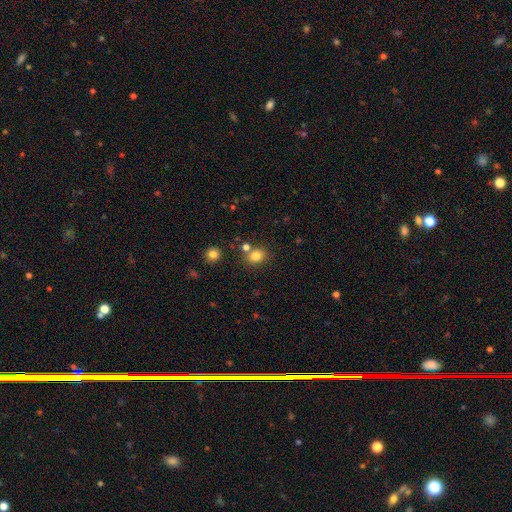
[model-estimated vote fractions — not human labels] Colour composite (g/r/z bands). It shows a smooth galaxy with no disk features (81%) that is round (57%). Merging: none (70%).